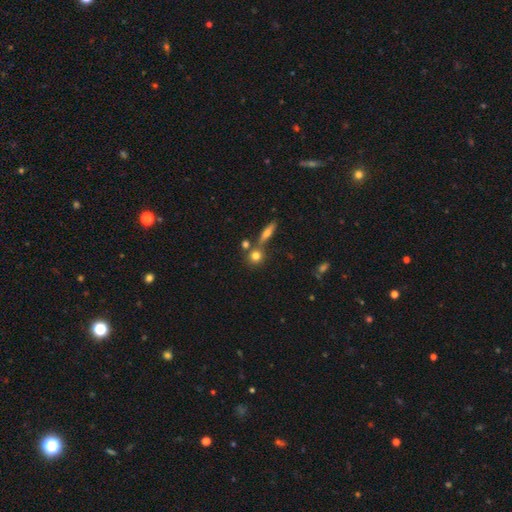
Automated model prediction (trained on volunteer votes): The model was most divided on "merging": none: 60%, merger: 27%, minor disturbance: 9%, major disturbance: 3%. More confident: how rounded — round (82%); smooth or featured — smooth (75%).